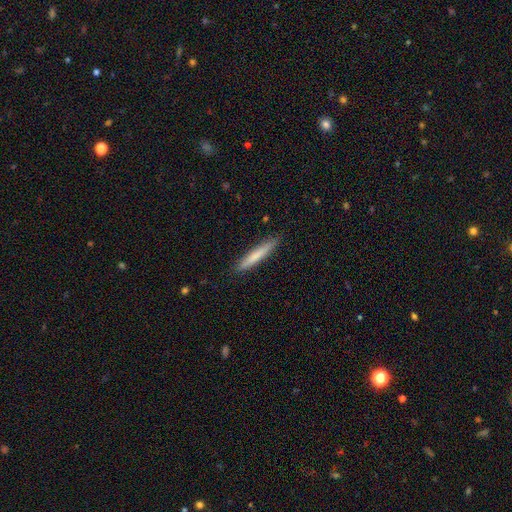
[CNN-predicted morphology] Smooth or featured: smooth — 72% (featured or disk — 22%)
How rounded: cigar-shaped — 95% (in between — 4%)
Merging: none — 88% (minor disturbance — 9%)